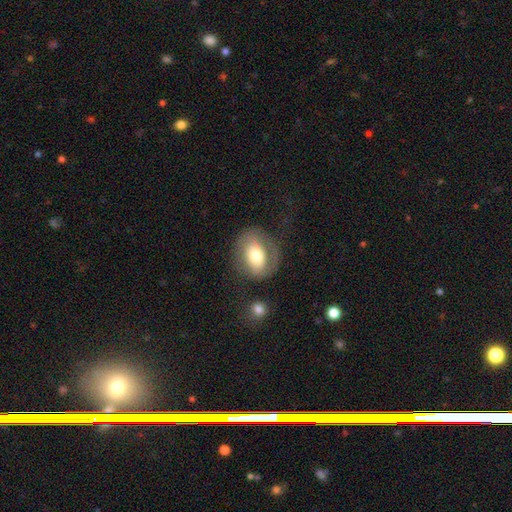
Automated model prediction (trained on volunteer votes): smooth 54%, featured or disk 39%, star or artifact 7%. Down the decision tree: how rounded — in between (59%); merging — none (61%).